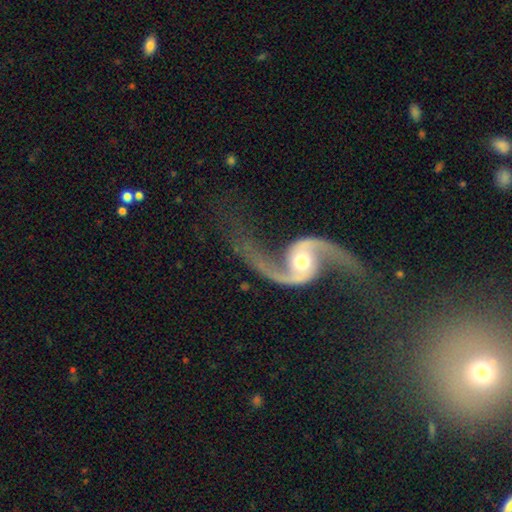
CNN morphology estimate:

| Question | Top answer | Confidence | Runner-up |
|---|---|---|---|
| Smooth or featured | featured or disk | 93% | star or artifact (5%) |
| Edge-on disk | no | 97% | yes (3%) |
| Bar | no | 57% | weak (28%) |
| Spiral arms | yes | 98% | no (2%) |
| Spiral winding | loose | 73% | medium (22%) |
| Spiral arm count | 2 | 95% | 1 (1%) |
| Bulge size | moderate | 61% | small (29%) |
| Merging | none | 68% | minor disturbance (16%) |